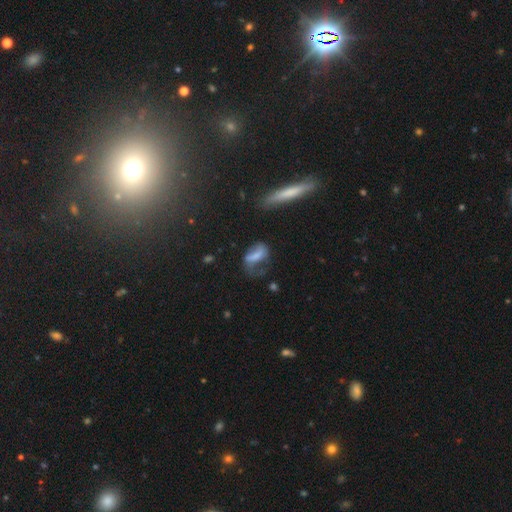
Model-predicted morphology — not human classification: Smooth or featured? smooth (47%)
Merging? major disturbance (42%)